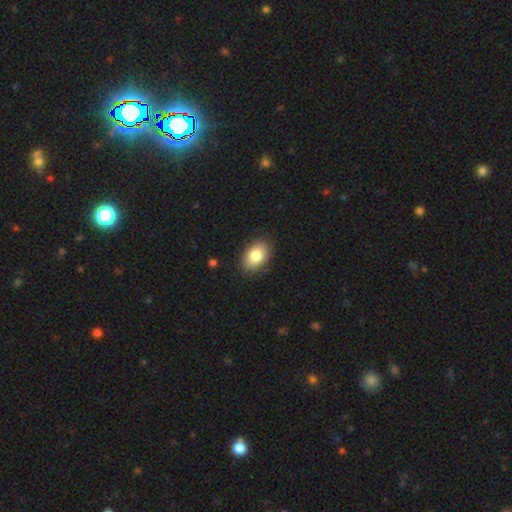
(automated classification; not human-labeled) A smooth galaxy with no disk features (84%) that is in between round and cigar-shaped (87%). Merging: none (87%).